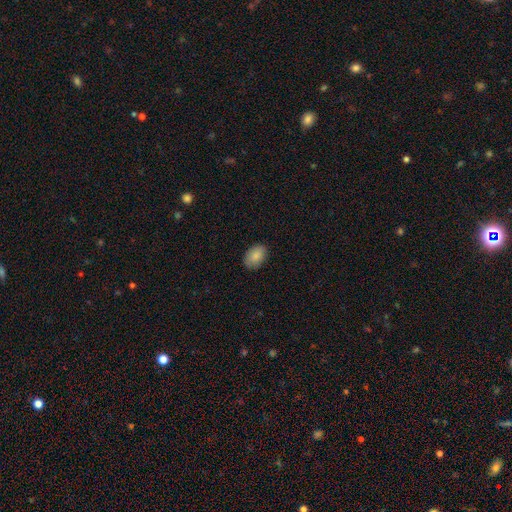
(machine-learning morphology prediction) type=smooth (86%); roundness=in between (85%); merging=none (87%).